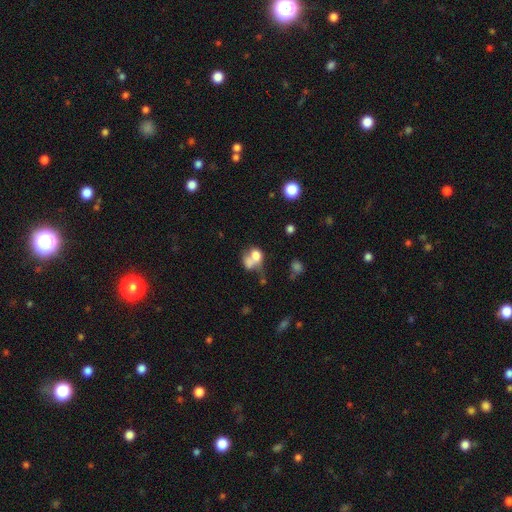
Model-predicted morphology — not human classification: This appears to be a smooth galaxy with no disk features (66%) that is in between round and cigar-shaped (51%). Merging: merger (57%).